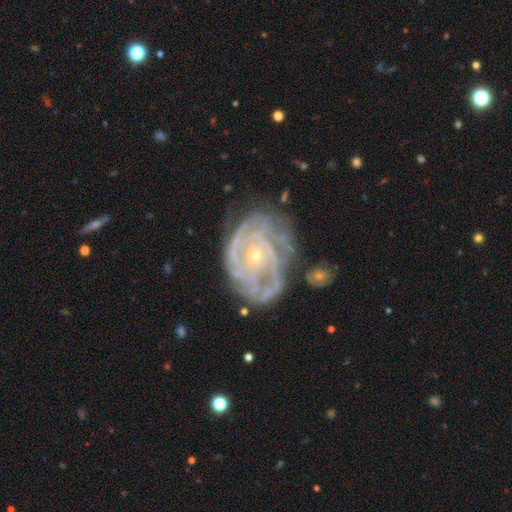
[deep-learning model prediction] Smooth or featured: featured or disk — 86% (smooth — 7%)
Edge-on disk: no — 97% (yes — 3%)
Bar: no — 77% (weak — 17%)
Spiral arms: yes — 94% (no — 6%)
Spiral winding: tight — 71% (medium — 24%)
Spiral arm count: can't tell — 31% (3 — 22%)
Bulge size: small — 82% (moderate — 15%)
Merging: none — 61% (minor disturbance — 23%)